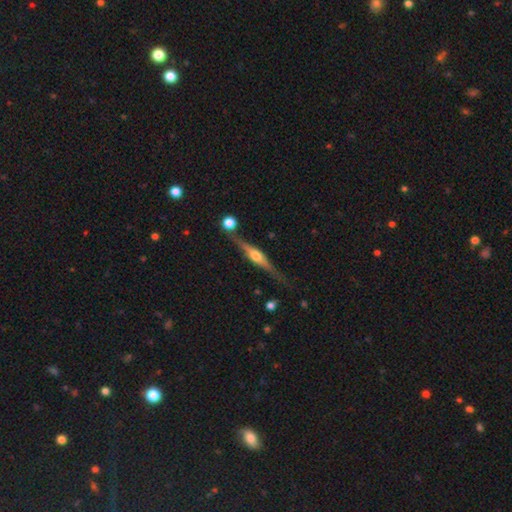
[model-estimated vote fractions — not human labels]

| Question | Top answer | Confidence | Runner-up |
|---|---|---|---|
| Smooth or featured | featured or disk | 81% | smooth (13%) |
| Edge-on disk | yes | 97% | no (3%) |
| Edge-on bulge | rounded | 91% | boxy (7%) |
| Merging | none | 80% | minor disturbance (12%) |